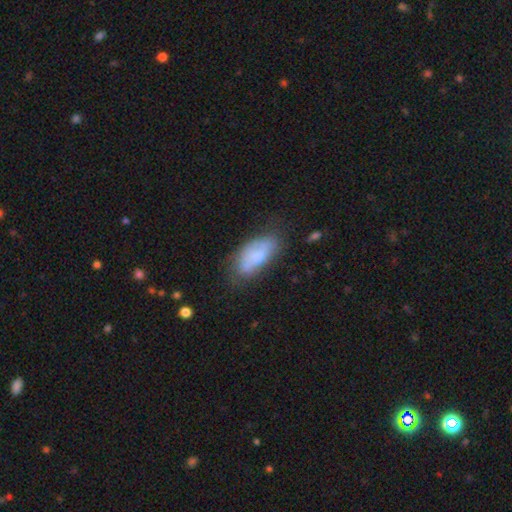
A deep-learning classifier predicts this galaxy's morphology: Overall: smooth (62%; featured or disk 30%). How rounded: in between (88%). Merging: none (51%; minor disturbance 30%).